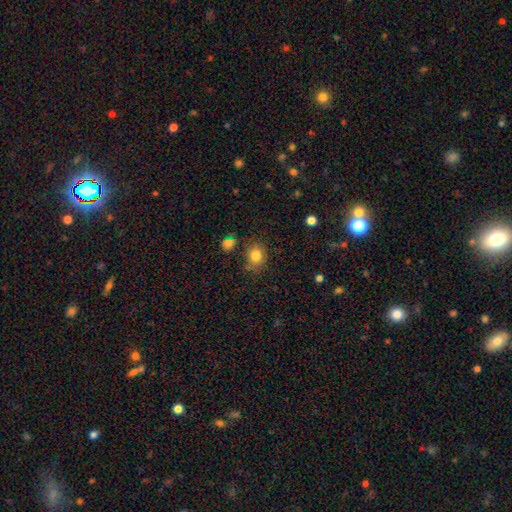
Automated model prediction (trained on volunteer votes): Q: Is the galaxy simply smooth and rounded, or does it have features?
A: smooth — 83%.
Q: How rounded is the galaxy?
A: round — 55%.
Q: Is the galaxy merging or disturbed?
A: none — 78%.